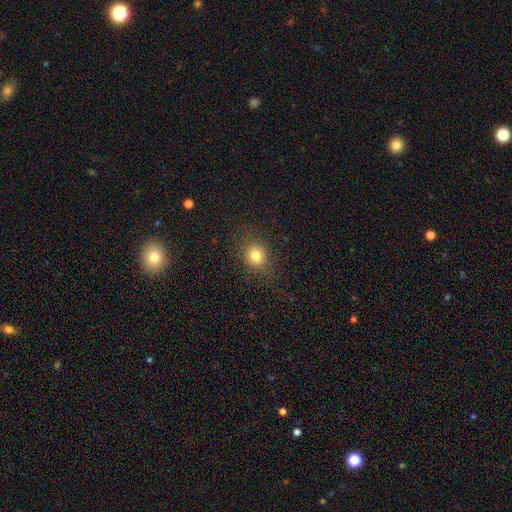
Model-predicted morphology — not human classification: Overall: smooth (79%). How rounded: round (77%). Merging: none (85%).